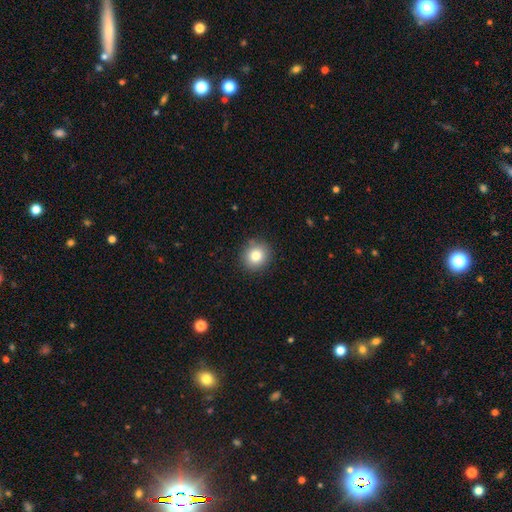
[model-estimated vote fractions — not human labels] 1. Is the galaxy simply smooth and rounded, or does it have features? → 82% smooth, 11% star or artifact, 8% featured or disk.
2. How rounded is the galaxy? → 89% round, 10% in between, 1% cigar-shaped.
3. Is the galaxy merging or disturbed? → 89% none, 8% minor disturbance, 2% major disturbance, 1% merger.